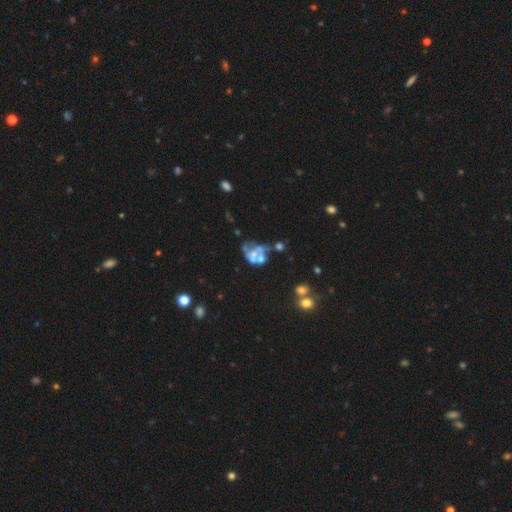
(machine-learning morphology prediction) Smooth or featured?
  - featured or disk: 60% *
  - smooth: 27%
  - star or artifact: 13%
Edge-on disk?
  - no: 98% *
  - yes: 2%
Bar?
  - no: 92% *
  - weak: 6%
  - strong: 2%
Spiral arms?
  - no: 90% *
  - yes: 10%
Bulge size?
  - none: 48% *
  - moderate: 27%
  - small: 19%
  - large: 5%
  - dominant: 2%
Merging?
  - merger: 40% *
  - major disturbance: 23%
  - none: 22%
  - minor disturbance: 15%